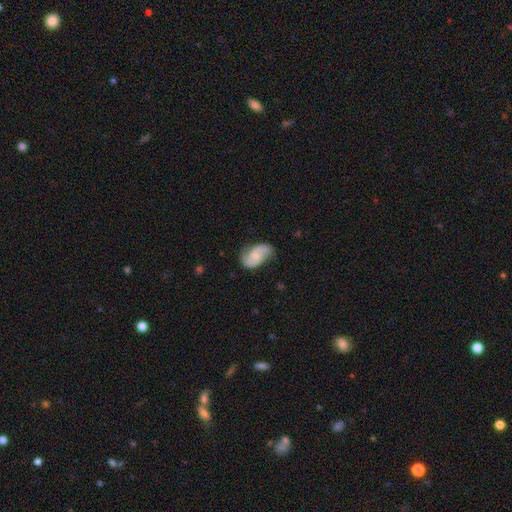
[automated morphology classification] The model was most divided on "spiral winding": medium: 44%, loose: 34%, tight: 21%. More confident: edge-on disk — no (97%); spiral arms — yes (93%); spiral arm count — 2 (87%); smooth or featured — featured or disk (66%); merging — none (65%); bar — no (57%); bulge size — small (52%).